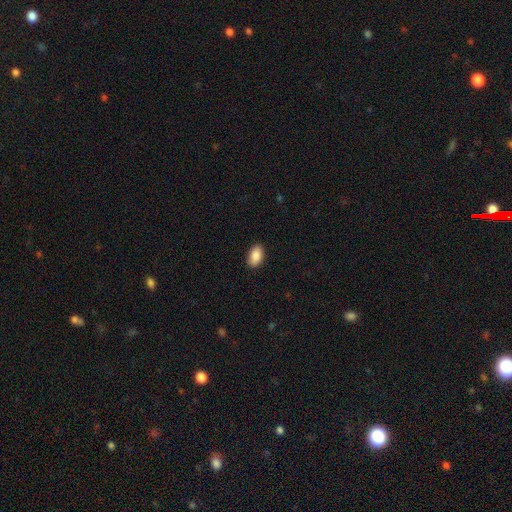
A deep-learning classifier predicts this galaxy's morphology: Q: Smooth or featured?
A: smooth (89%); runner-up: star or artifact (7%)
Q: How rounded?
A: in between (93%); runner-up: round (5%)
Q: Merging?
A: none (88%); runner-up: minor disturbance (9%)